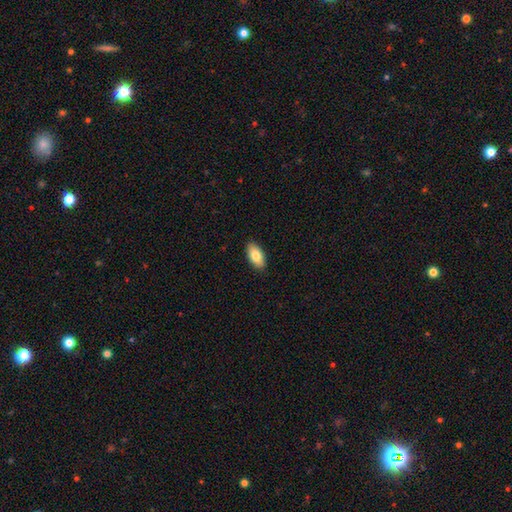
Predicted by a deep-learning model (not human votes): Q: Smooth or featured?
A: smooth (81%); runner-up: featured or disk (12%)
Q: How rounded?
A: in between (92%); runner-up: cigar-shaped (5%)
Q: Merging?
A: none (90%); runner-up: minor disturbance (8%)